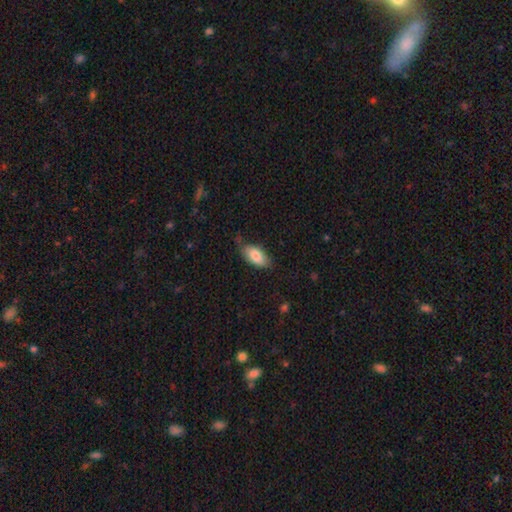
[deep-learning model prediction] smooth-or-featured: smooth: 82% | featured or disk: 11% | star or artifact: 6%
  how-rounded: in between: 91% | cigar-shaped: 6% | round: 3%
  merging: none: 69% | minor disturbance: 25% | major disturbance: 5% | merger: 2%